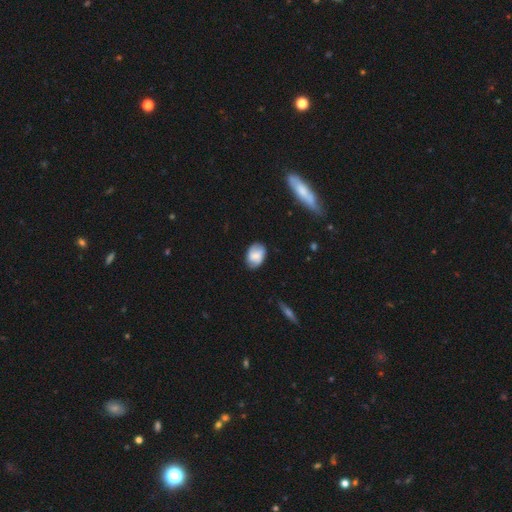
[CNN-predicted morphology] Q: Smooth or featured?
A: smooth (56%); runner-up: featured or disk (37%)
Q: How rounded?
A: in between (77%); runner-up: round (22%)
Q: Merging?
A: none (75%); runner-up: minor disturbance (20%)